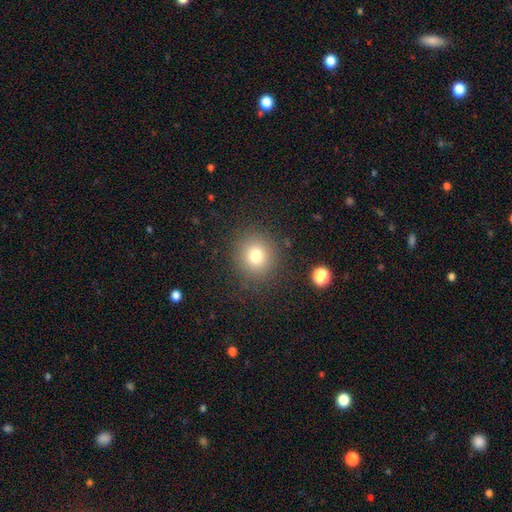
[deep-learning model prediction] smooth 77%, star or artifact 14%, featured or disk 9%. Down the decision tree: how rounded — round (90%); merging — none (87%).